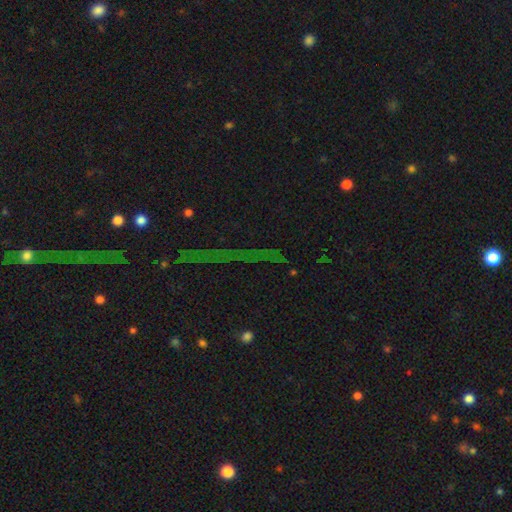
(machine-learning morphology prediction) This appears to be a star or artifact, not a galaxy (76%).